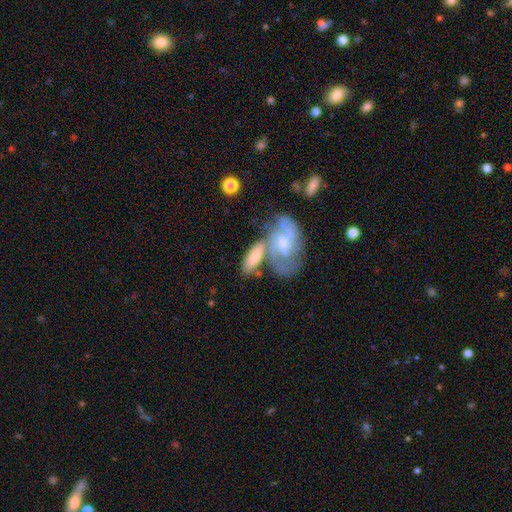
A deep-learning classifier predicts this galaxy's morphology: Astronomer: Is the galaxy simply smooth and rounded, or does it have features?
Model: featured or disk — 57% (runner-up: smooth, 35%).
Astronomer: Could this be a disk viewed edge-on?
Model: no — 86%.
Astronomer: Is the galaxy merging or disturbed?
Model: merger — 42% (runner-up: none, 34%).